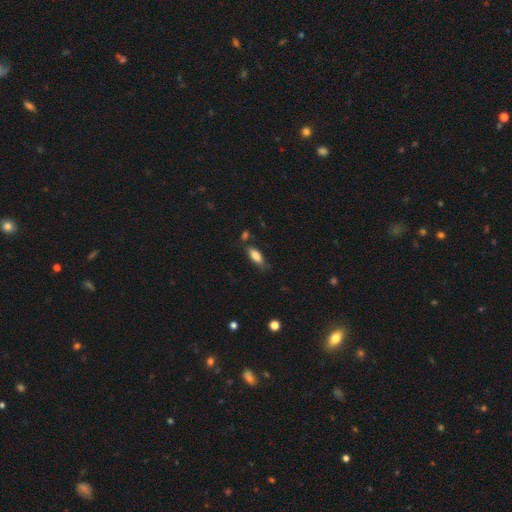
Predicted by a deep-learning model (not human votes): Smooth or featured? Predicted: smooth (p=0.81). How rounded? Predicted: in between (p=0.78). Merging? Predicted: none (p=0.66).